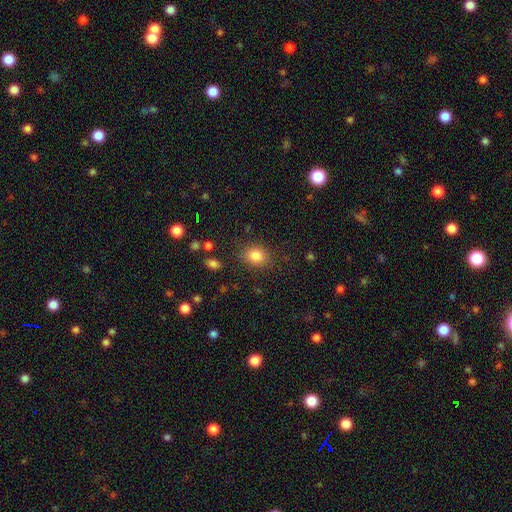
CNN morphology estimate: smooth-or-featured: smooth: 83% | star or artifact: 10% | featured or disk: 6%
  how-rounded: in between: 52% | round: 47% | cigar-shaped: 1%
  merging: none: 81% | minor disturbance: 12% | major disturbance: 4% | merger: 2%